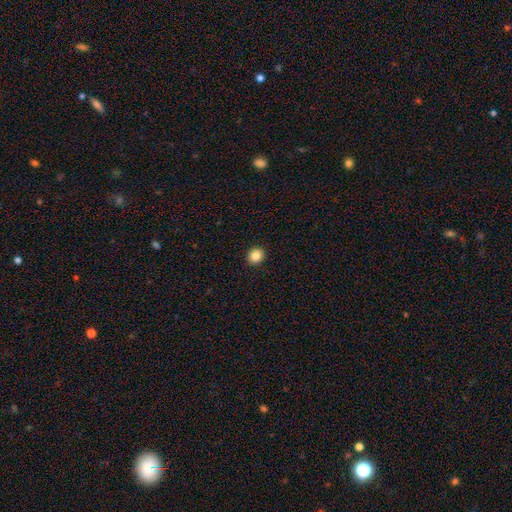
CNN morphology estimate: Overall: smooth (85%). How rounded: round (81%). Merging: none (93%).